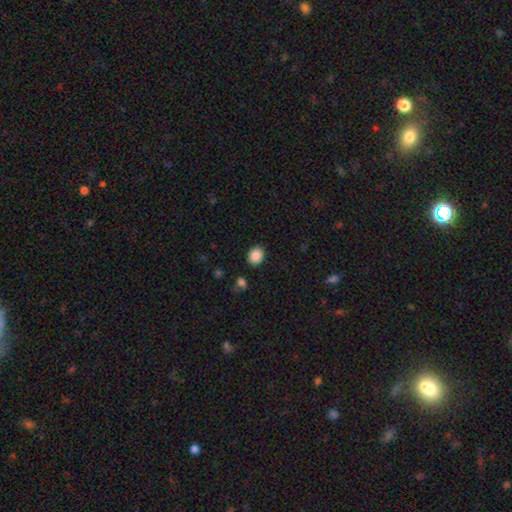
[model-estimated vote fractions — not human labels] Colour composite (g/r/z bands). It shows a smooth galaxy with no disk features (88%) that is in between round and cigar-shaped (54%). Merging: none (87%).